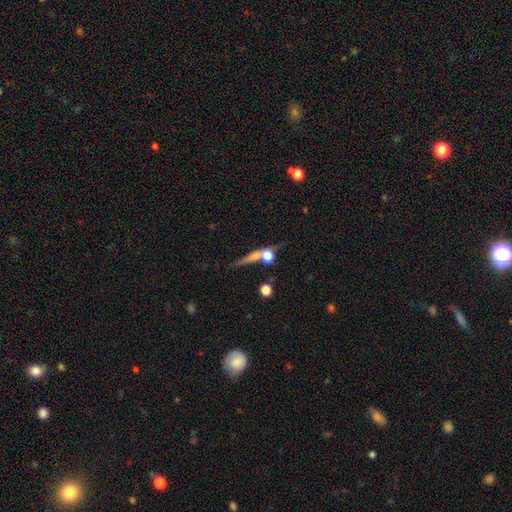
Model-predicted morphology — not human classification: This is marginally a featured or disk galaxy (44%). Merging: possibly none (48%).